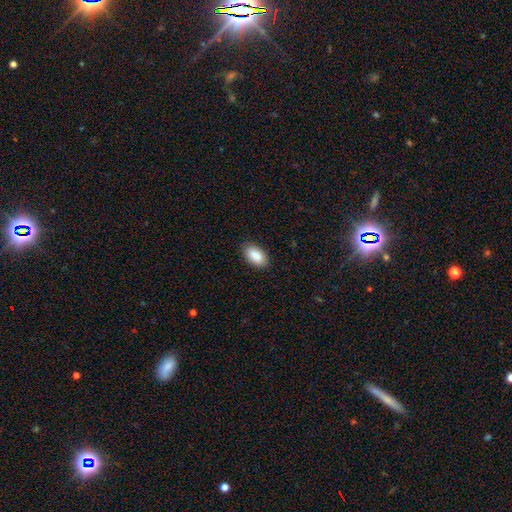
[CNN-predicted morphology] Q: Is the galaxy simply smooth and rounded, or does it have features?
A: smooth — 90%.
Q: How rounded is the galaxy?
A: in between — 95%.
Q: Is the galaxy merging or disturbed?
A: none — 88%.